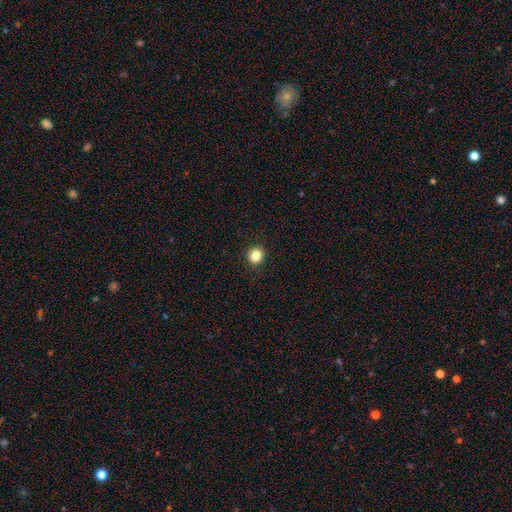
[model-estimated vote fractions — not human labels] smooth 84%, star or artifact 12%, featured or disk 4%. Down the decision tree: how rounded — round (80%); merging — none (91%).